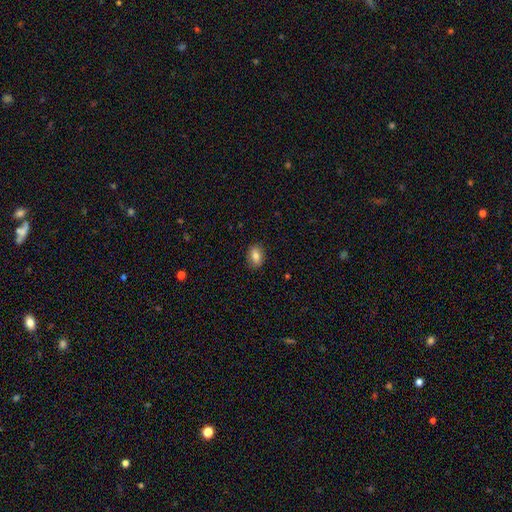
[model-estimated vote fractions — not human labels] Smooth or featured? smooth (82%)
How rounded? in between (80%)
Merging? none (88%)